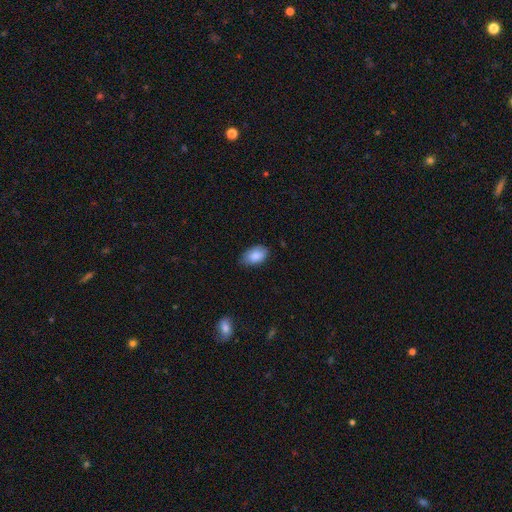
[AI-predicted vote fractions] The model was most divided on "merging": none: 72%, minor disturbance: 23%, major disturbance: 3%, merger: 1%. More confident: how rounded — in between (93%); smooth or featured — smooth (86%).